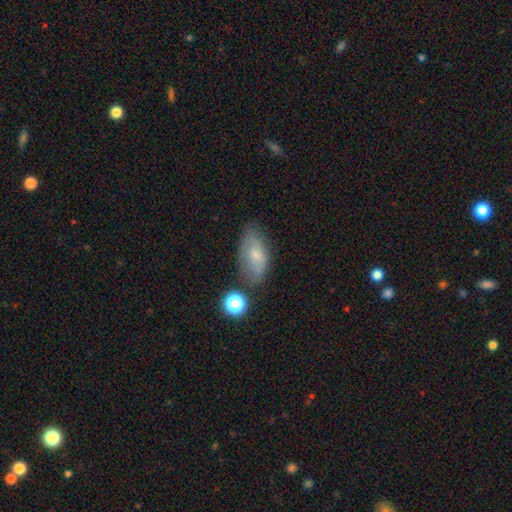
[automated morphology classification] Smooth or featured? smooth (66%)
How rounded? in between (90%)
Merging? none (57%)